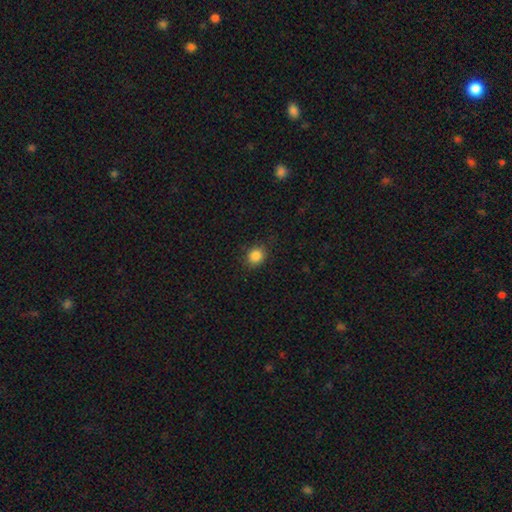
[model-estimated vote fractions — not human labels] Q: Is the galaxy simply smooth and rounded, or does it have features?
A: smooth — 85%.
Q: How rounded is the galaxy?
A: round — 75%.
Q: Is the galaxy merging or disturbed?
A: none — 86%.